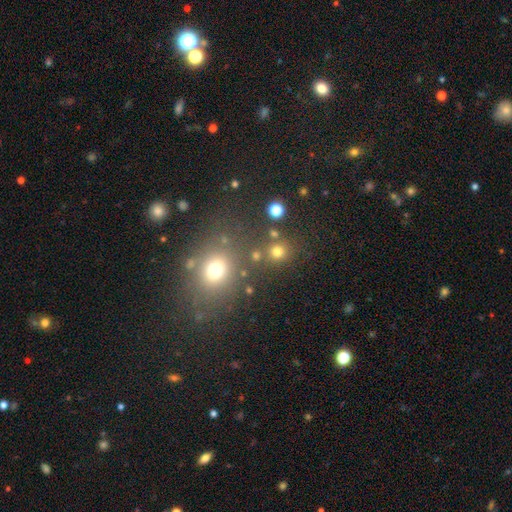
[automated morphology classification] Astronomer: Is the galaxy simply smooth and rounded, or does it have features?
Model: smooth — 68%.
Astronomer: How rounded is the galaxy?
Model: round — 78%.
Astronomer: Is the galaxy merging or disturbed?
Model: none — 71%.